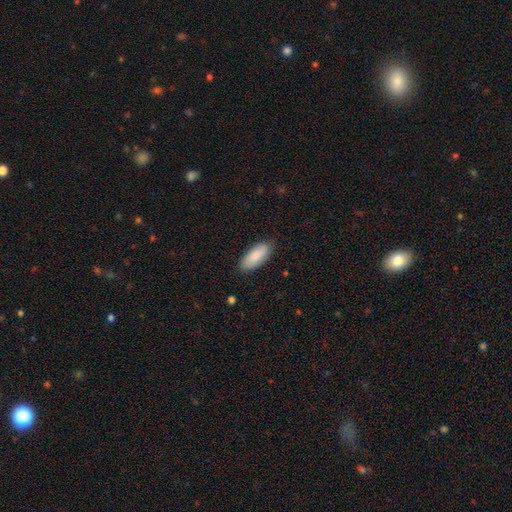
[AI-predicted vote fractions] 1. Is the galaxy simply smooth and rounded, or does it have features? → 84% smooth, 10% featured or disk, 6% star or artifact.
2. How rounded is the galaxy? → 83% in between, 16% cigar-shaped, 2% round.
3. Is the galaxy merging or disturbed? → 84% none, 13% minor disturbance, 2% major disturbance, 1% merger.